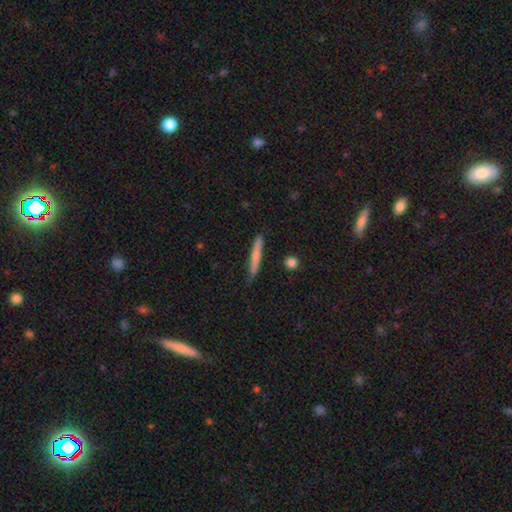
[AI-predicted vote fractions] Q: Smooth or featured?
A: smooth (68%); runner-up: featured or disk (26%)
Q: How rounded?
A: cigar-shaped (95%); runner-up: in between (4%)
Q: Merging?
A: none (82%); runner-up: minor disturbance (14%)